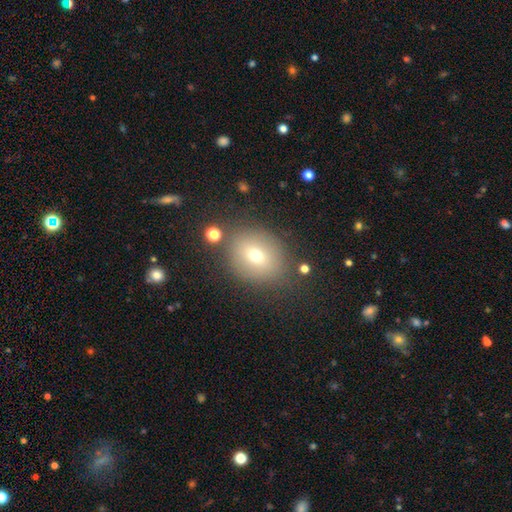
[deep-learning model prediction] This is likely a smooth galaxy (67%). How rounded: possibly round (58%). Merging: likely none (79%).